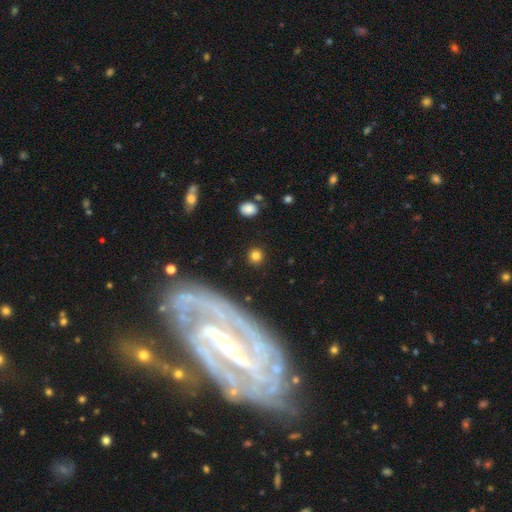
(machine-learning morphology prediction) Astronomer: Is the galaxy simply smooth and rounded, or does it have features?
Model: smooth — 80%.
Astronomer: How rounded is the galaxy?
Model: round — 90%.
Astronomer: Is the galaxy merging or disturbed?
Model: none — 87%.